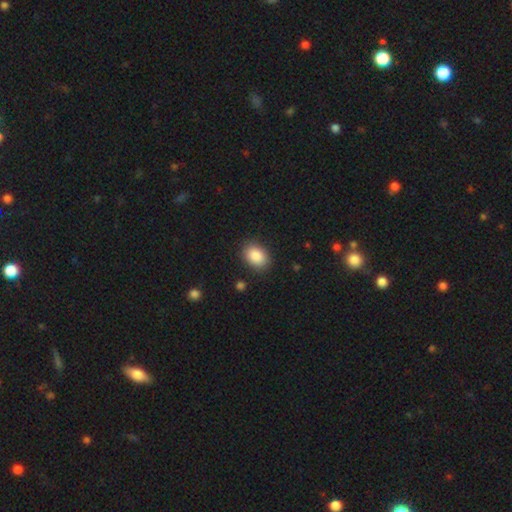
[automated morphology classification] Smooth or featured? Predicted: smooth (p=0.88). How rounded? Predicted: in between (p=0.75). Merging? Predicted: none (p=0.86).